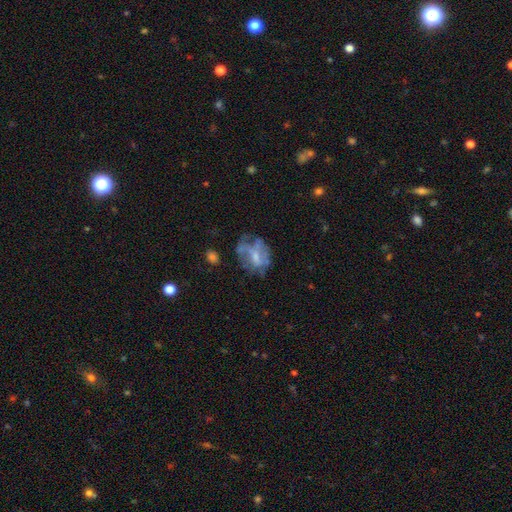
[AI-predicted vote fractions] Overall: featured or disk (56%; smooth 34%). Edge-on disk: no (97%). Bar: no (59%; weak 32%). Spiral arms: no (71%). Bulge size: small (40%; moderate 35%). Merging: none (40%; major disturbance 30%).